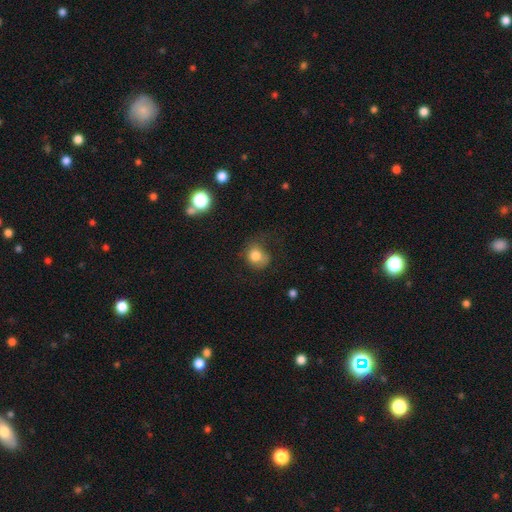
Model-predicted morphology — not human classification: Overall: smooth (78%). How rounded: round (71%). Merging: none (47%; minor disturbance 28%).